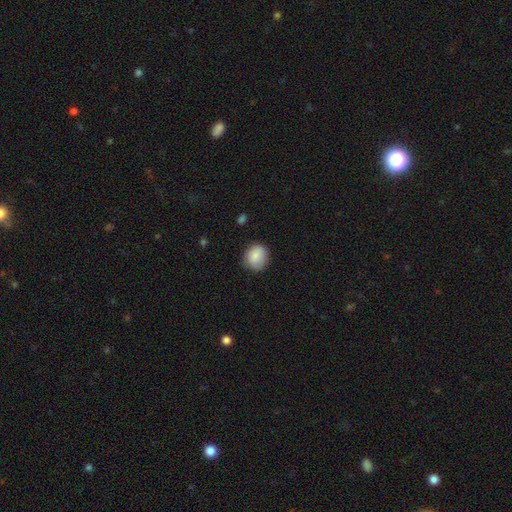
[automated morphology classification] smooth 85%, star or artifact 8%, featured or disk 8%. Down the decision tree: how rounded — round (77%); merging — none (75%).